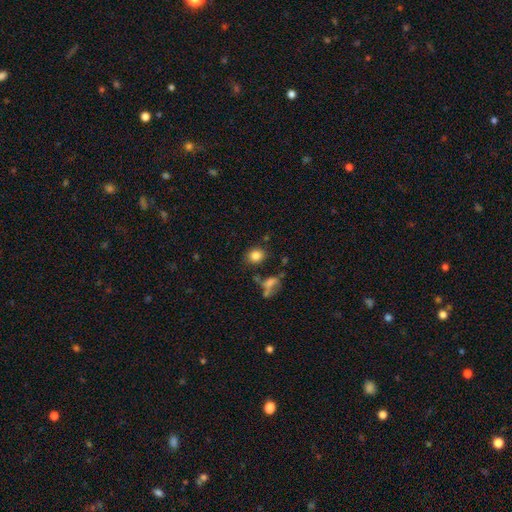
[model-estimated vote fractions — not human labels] smooth_or_featured: smooth (p=0.83) [alt: star or artifact p=0.11]
how_rounded: round (p=0.60) [alt: in between p=0.39]
merging: none (p=0.76) [alt: minor disturbance p=0.12]